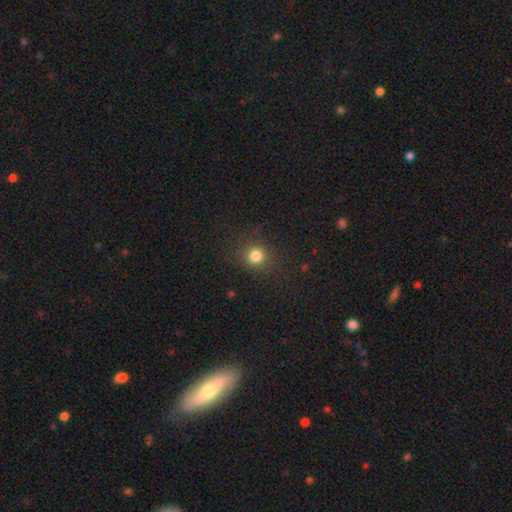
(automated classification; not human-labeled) Q: Smooth or featured?
A: smooth (80%); runner-up: star or artifact (14%)
Q: How rounded?
A: round (85%); runner-up: in between (14%)
Q: Merging?
A: none (86%); runner-up: minor disturbance (9%)